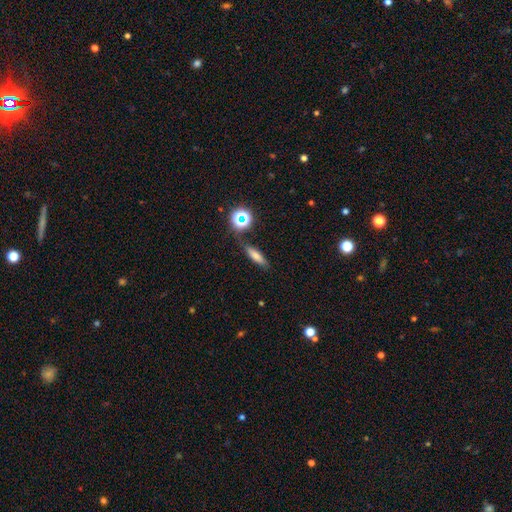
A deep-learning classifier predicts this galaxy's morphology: Smooth or featured: smooth — 66% (featured or disk — 18%)
How rounded: cigar-shaped — 63% (in between — 31%)
Merging: none — 80% (minor disturbance — 12%)